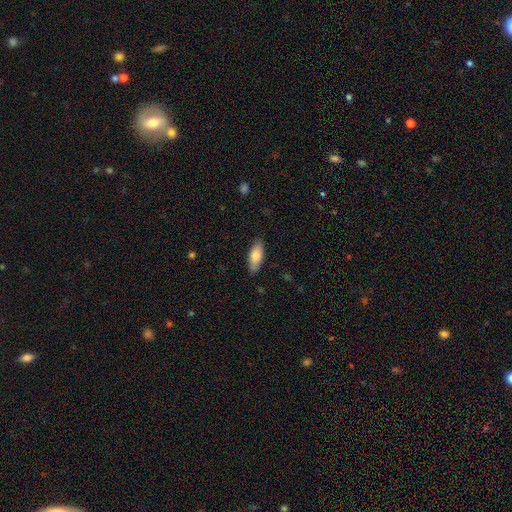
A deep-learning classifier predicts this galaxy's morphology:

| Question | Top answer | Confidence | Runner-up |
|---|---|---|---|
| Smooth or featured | smooth | 77% | featured or disk (17%) |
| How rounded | in between | 78% | cigar-shaped (20%) |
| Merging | none | 87% | minor disturbance (10%) |